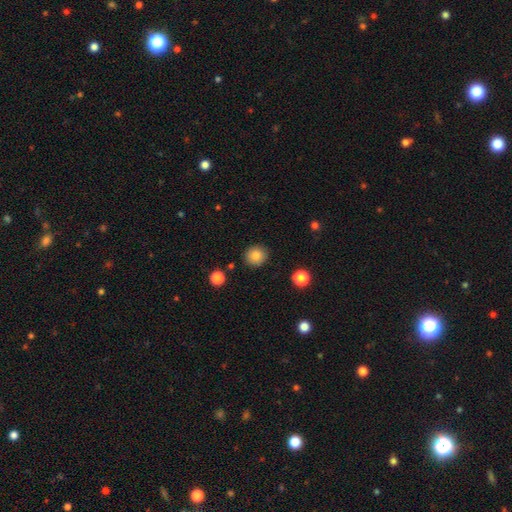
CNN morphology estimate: Overall: smooth (85%). How rounded: round (89%). Merging: none (89%).